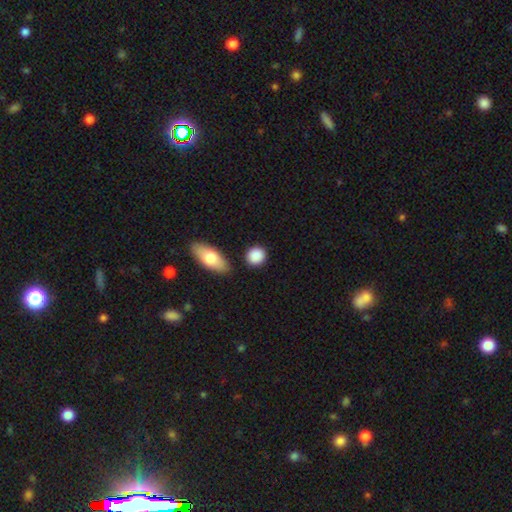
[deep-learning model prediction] Smooth or featured: smooth — 88% (star or artifact — 7%)
How rounded: round — 77% (in between — 20%)
Merging: none — 81% (minor disturbance — 10%)